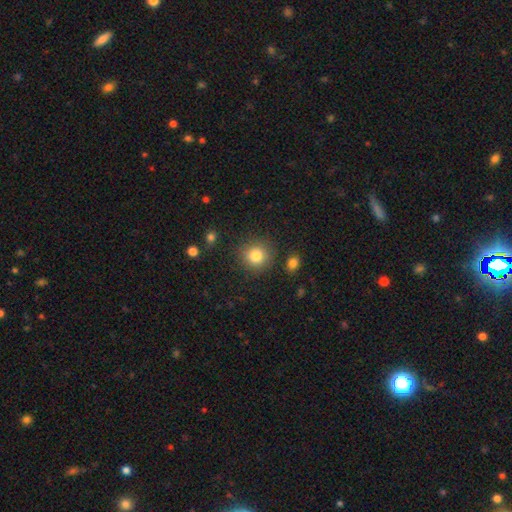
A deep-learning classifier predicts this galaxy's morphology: smooth 83%, star or artifact 10%, featured or disk 7%. Down the decision tree: how rounded — round (90%); merging — none (86%).